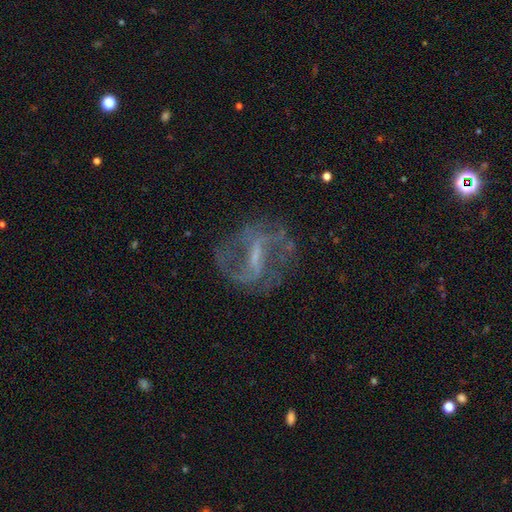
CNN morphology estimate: type=featured or disk (81%); edge-on=no (96%); bar=strong (44%); spiral arms=yes (86%); winding=medium (44%); arm count=2 (78%); bulge=small (46%); merging=none (67%).